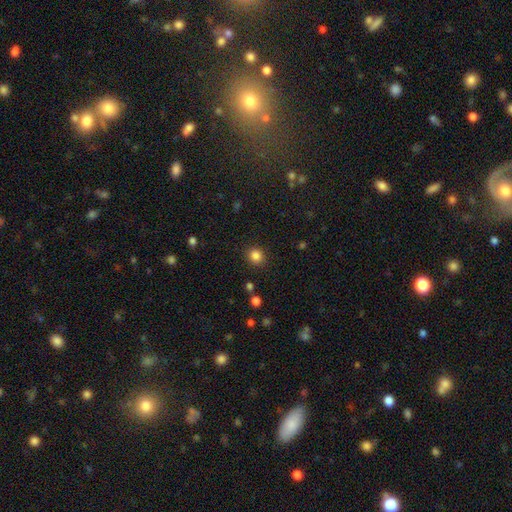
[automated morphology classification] Smooth or featured? smooth (84%)
How rounded? round (87%)
Merging? none (90%)